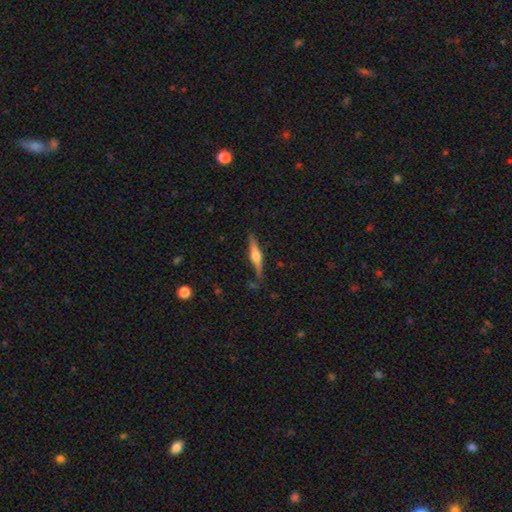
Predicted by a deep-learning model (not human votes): The model was most divided on "smooth or featured": featured or disk: 66%, smooth: 28%, star or artifact: 6%. More confident: edge-on disk — yes (97%); edge-on bulge — rounded (92%); merging — none (81%).